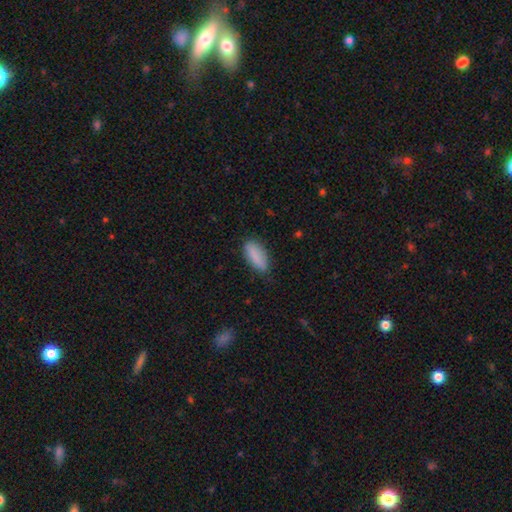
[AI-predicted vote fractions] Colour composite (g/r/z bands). It shows a smooth galaxy with no disk features (87%) that is in between round and cigar-shaped (76%). Merging: none (79%).